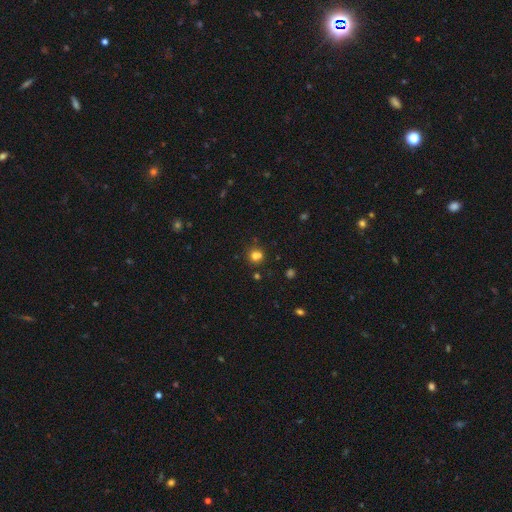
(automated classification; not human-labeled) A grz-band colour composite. It shows a smooth galaxy with no disk features (75%) that is round (86%). Merging: none (65%).